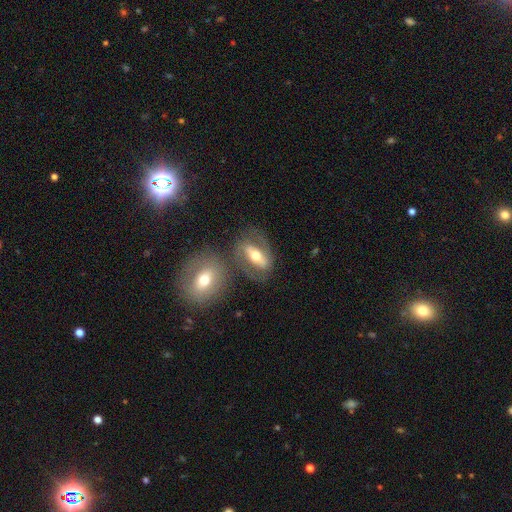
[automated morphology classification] Overall: featured or disk (60%; smooth 33%). Edge-on disk: no (85%). Bar: strong (50%; weak 26%). Spiral arms: yes (60%; no 40%). Bulge size: moderate (73%). Merging: none (60%).